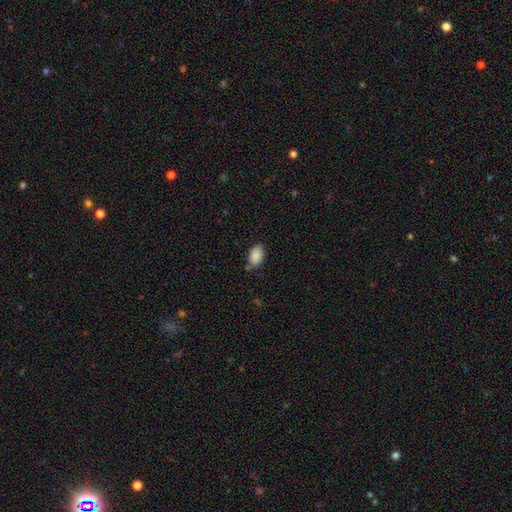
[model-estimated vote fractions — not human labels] smooth-or-featured: smooth: 89% | star or artifact: 7% | featured or disk: 4%
  how-rounded: in between: 92% | round: 6% | cigar-shaped: 1%
  merging: none: 75% | minor disturbance: 18% | merger: 4% | major disturbance: 4%